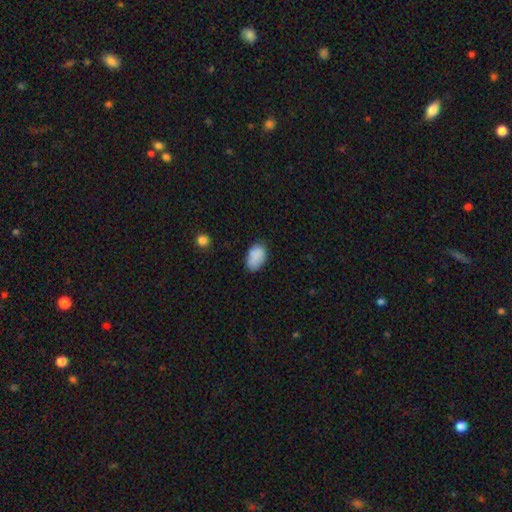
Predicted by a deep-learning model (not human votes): Q: Smooth or featured?
A: smooth (85%); runner-up: star or artifact (8%)
Q: How rounded?
A: in between (90%); runner-up: round (9%)
Q: Merging?
A: none (67%); runner-up: minor disturbance (25%)